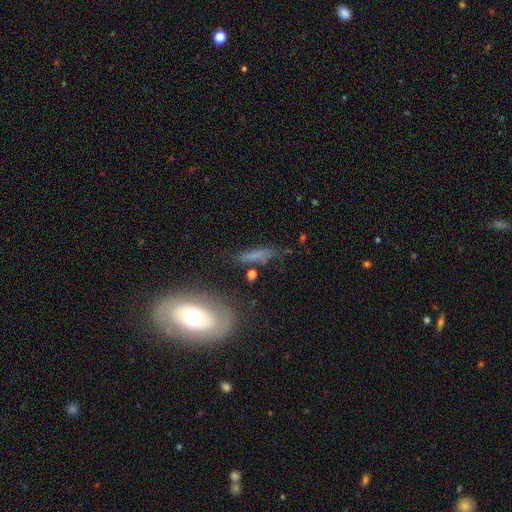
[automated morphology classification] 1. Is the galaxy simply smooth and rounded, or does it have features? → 58% smooth, 27% featured or disk, 14% star or artifact.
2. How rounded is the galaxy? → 64% cigar-shaped, 29% in between, 6% round.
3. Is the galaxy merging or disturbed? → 67% none, 19% minor disturbance, 9% major disturbance, 6% merger.